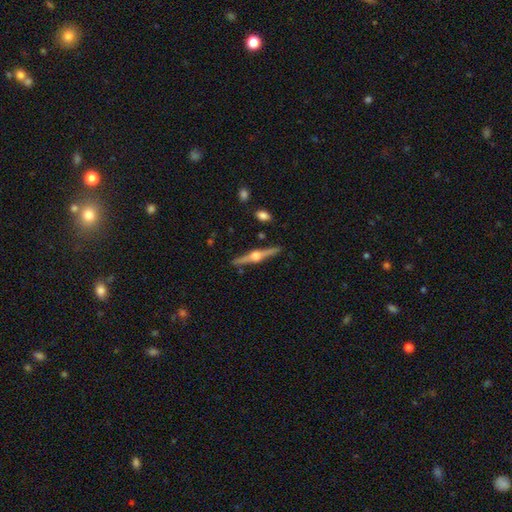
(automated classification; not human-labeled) Morphology: type=featured or disk (85%); edge-on=yes (98%); edge-on bulge=rounded (95%); merging=none (91%).